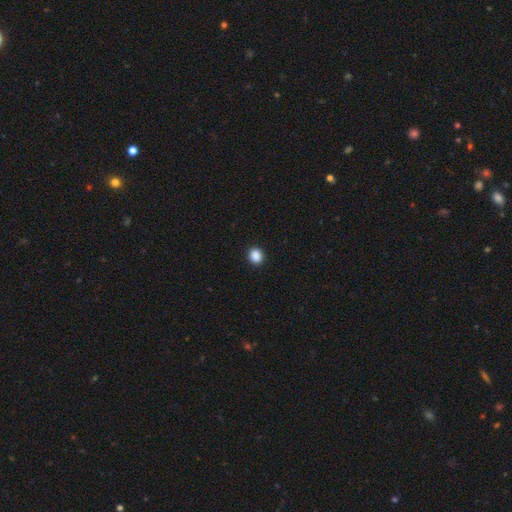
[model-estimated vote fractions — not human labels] This is clearly a smooth galaxy (88%). How rounded: likely round (74%). Merging: clearly none (92%).